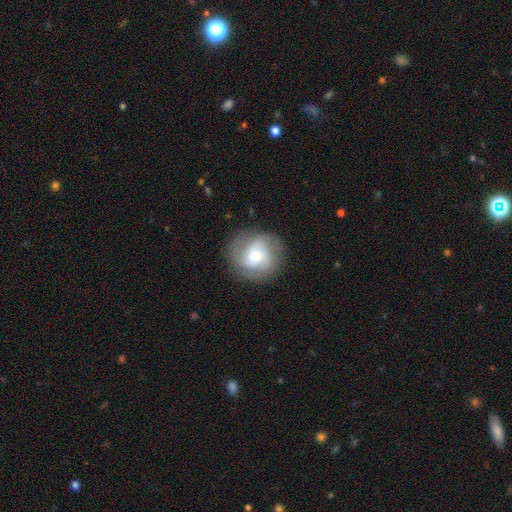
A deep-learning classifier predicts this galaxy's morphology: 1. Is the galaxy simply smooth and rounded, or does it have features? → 64% featured or disk, 28% smooth, 7% star or artifact.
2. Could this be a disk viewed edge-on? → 98% no, 2% yes.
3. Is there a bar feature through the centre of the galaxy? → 64% no, 30% weak, 7% strong.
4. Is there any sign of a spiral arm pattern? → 91% yes, 9% no.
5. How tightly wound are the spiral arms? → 45% medium, 37% tight, 18% loose.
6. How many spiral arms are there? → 36% 3, 26% 2, 20% can't tell, 8% 4, 5% 1, 5% more than 4.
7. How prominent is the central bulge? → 46% small, 41% moderate, 9% large, 2% none, 2% dominant.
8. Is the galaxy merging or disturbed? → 80% none, 13% minor disturbance, 6% major disturbance, 1% merger.